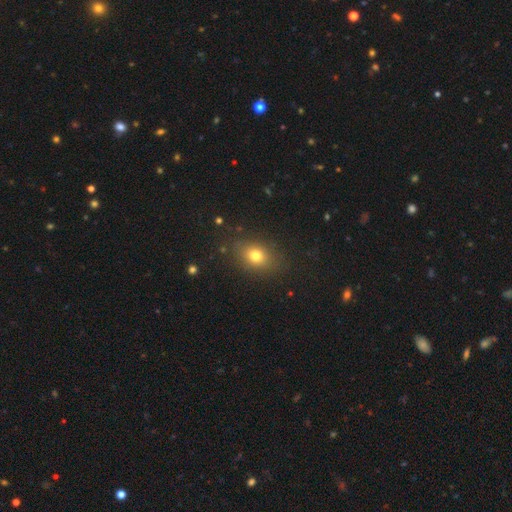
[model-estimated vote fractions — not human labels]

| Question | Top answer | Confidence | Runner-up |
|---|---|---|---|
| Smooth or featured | smooth | 76% | star or artifact (13%) |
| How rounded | in between | 65% | round (34%) |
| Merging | none | 84% | minor disturbance (11%) |